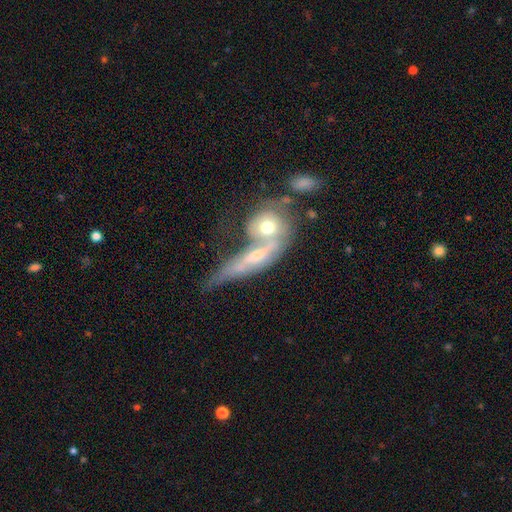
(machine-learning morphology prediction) featured or disk 56%, smooth 36%, star or artifact 8%. Down the decision tree: edge-on disk — no (63%); merging — merger (63%).